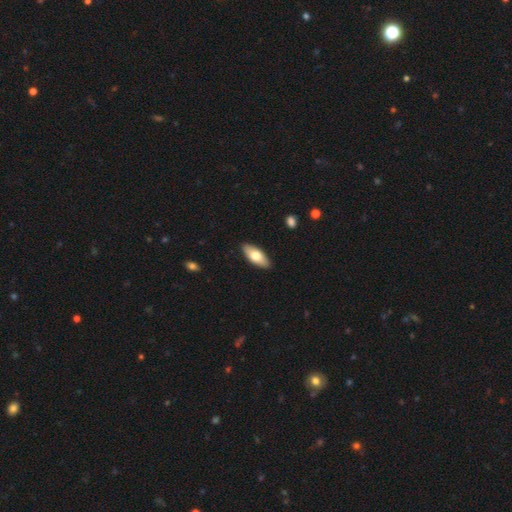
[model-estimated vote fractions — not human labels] This is likely a smooth galaxy (69%). How rounded: clearly in between (81%). Merging: clearly none (89%).